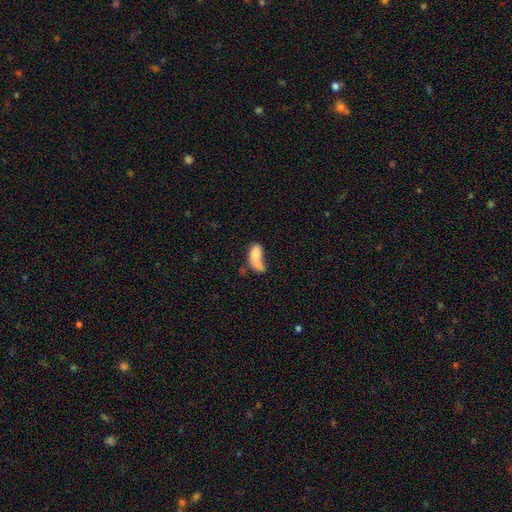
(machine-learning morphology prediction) type=smooth (71%); roundness=in between (85%); merging=merger (58%).